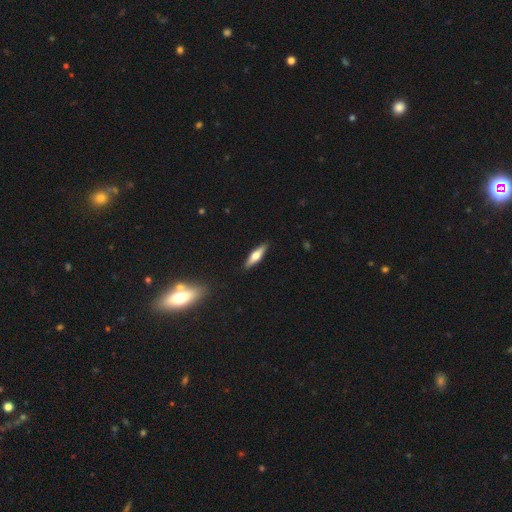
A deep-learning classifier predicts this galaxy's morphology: smooth 49%, featured or disk 45%, star or artifact 6%. Down the decision tree: merging — none (89%).